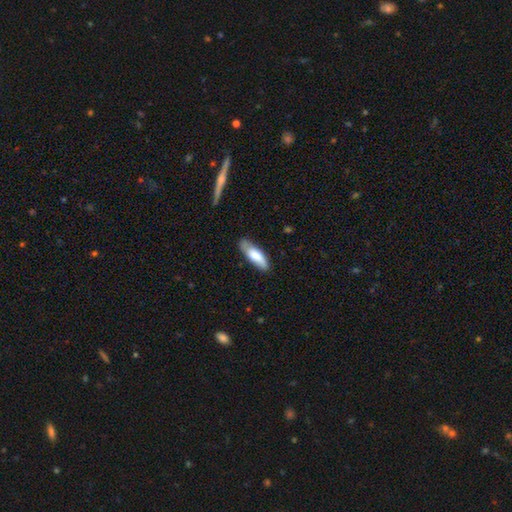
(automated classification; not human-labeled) smooth-or-featured: smooth: 72% | featured or disk: 22% | star or artifact: 6%
  how-rounded: in between: 55% | cigar-shaped: 43% | round: 2%
  merging: none: 70% | minor disturbance: 23% | major disturbance: 4% | merger: 2%